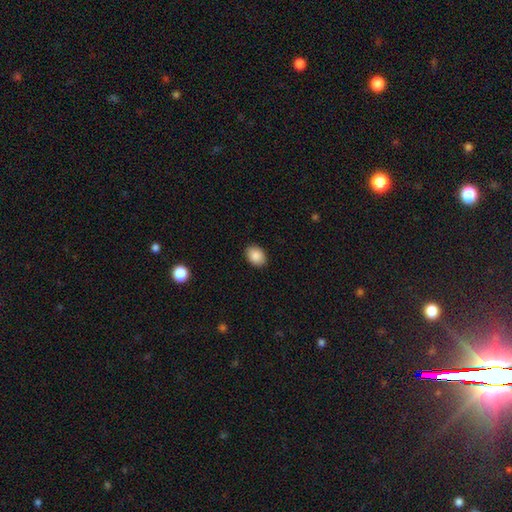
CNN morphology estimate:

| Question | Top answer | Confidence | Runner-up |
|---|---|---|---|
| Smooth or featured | smooth | 88% | star or artifact (8%) |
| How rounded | in between | 74% | round (25%) |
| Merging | none | 90% | minor disturbance (7%) |